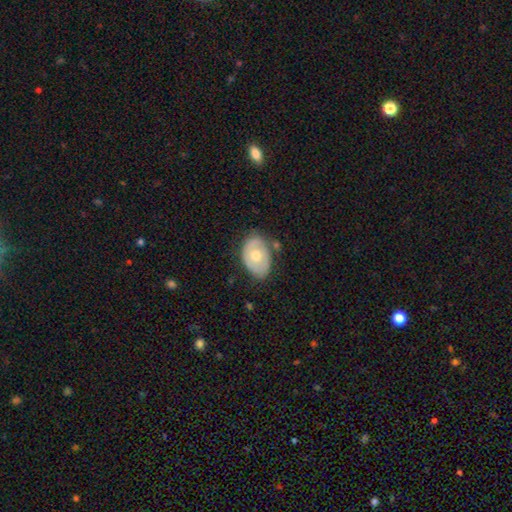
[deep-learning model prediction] smooth 51%, featured or disk 44%, star or artifact 6%. Down the decision tree: how rounded — in between (79%); merging — none (68%).